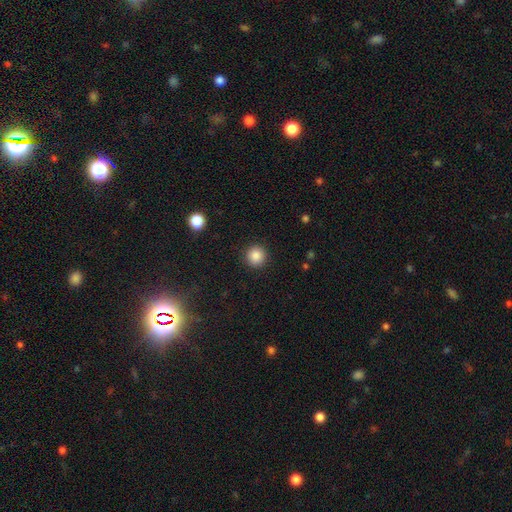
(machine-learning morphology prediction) This is clearly a smooth galaxy (87%). How rounded: clearly round (94%). Merging: clearly none (91%).